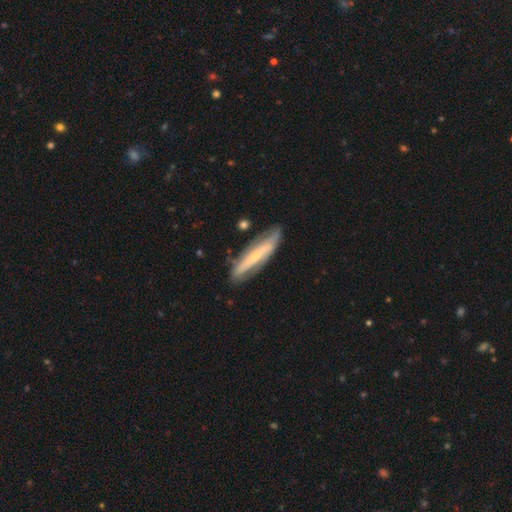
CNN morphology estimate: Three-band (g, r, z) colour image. It shows a featured or disk galaxy (59%) viewed edge-on (60%). Merging: none (73%).